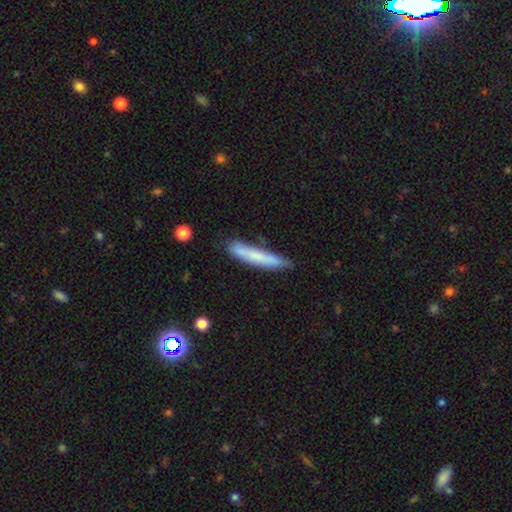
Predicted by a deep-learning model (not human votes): Smooth or featured? smooth (71%)
How rounded? cigar-shaped (93%)
Merging? none (74%)